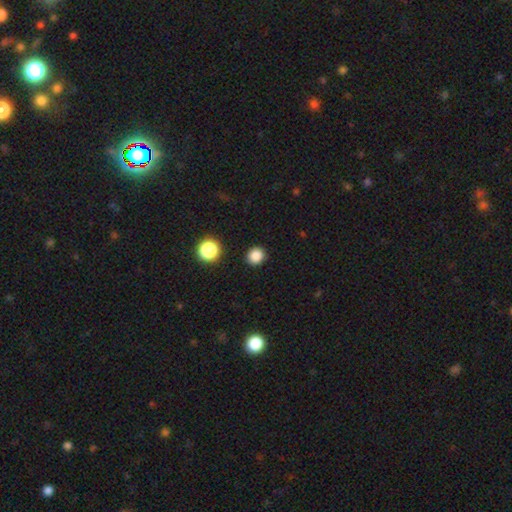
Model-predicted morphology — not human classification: Smooth or featured? smooth (85%)
How rounded? round (90%)
Merging? none (91%)